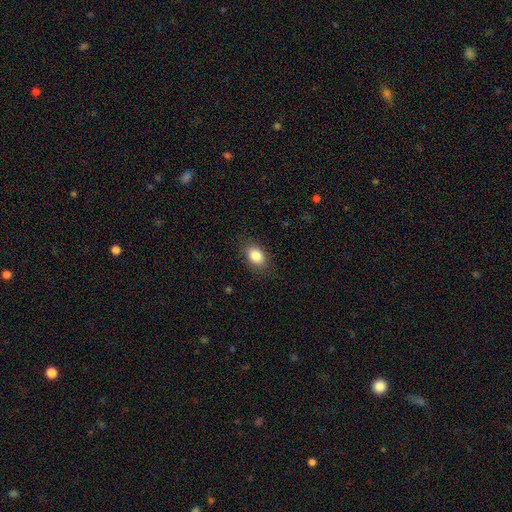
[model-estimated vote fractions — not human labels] The model was most divided on "how rounded": in between: 79%, round: 19%, cigar-shaped: 1%. More confident: smooth or featured — smooth (85%); merging — none (85%).